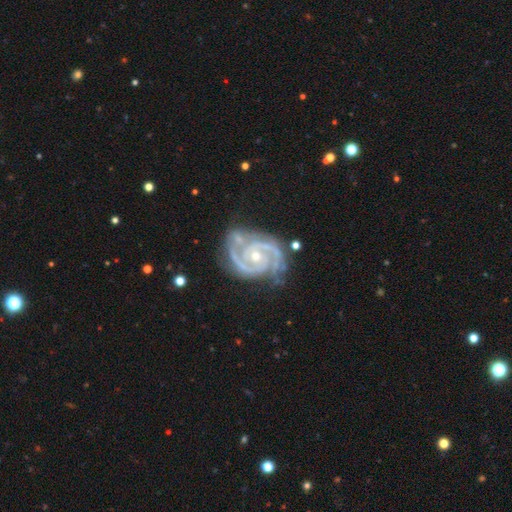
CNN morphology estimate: type=featured or disk (94%); edge-on=no (98%); bar=no (62%); spiral arms=yes (99%); winding=tight (63%); arm count=2 (80%); bulge=small (58%); merging=none (70%).